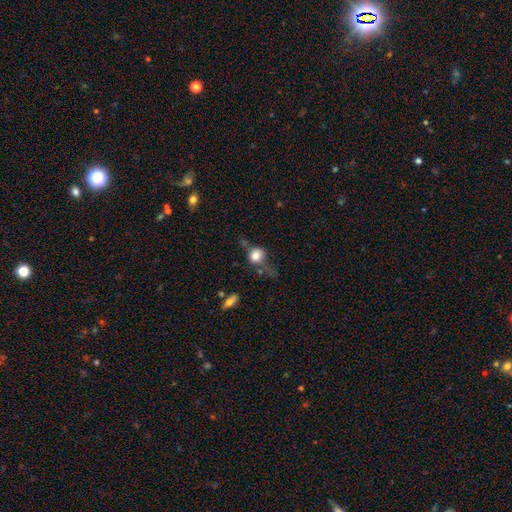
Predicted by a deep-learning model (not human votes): Smooth or featured? smooth (80%)
How rounded? round (74%)
Merging? none (43%)